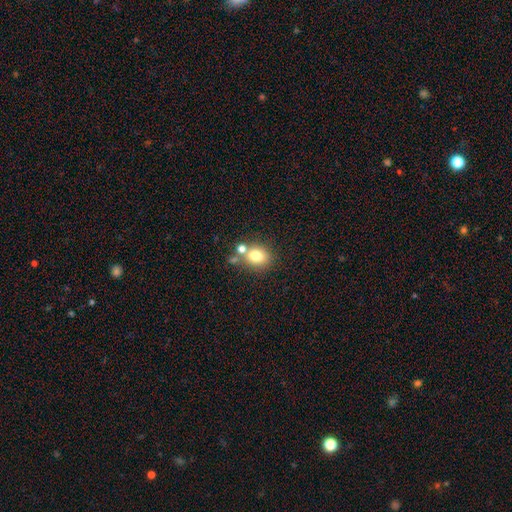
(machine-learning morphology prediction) A smooth galaxy with no disk features (76%) that is round (69%). Merging: none (62%).